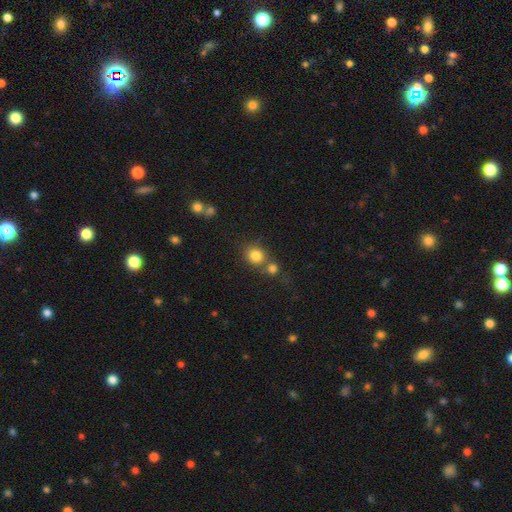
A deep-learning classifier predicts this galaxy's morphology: smooth-or-featured: smooth: 81% | star or artifact: 11% | featured or disk: 7%
  how-rounded: round: 82% | in between: 17% | cigar-shaped: 1%
  merging: none: 52% | merger: 35% | minor disturbance: 9% | major disturbance: 4%